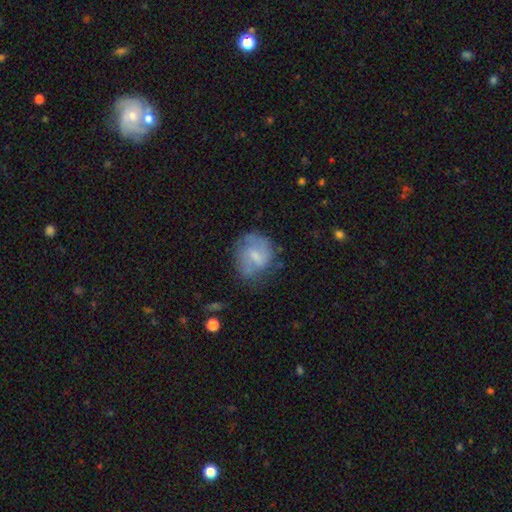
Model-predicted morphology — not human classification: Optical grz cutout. It shows a featured or disk galaxy (48%). Merging: none (54%).